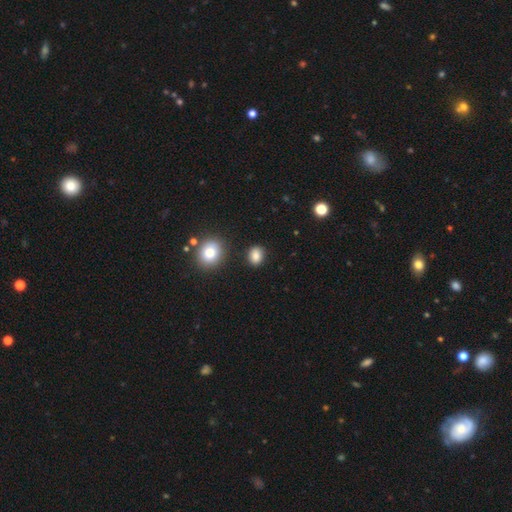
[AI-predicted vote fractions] smooth-or-featured: smooth: 85% | star or artifact: 10% | featured or disk: 5%
  how-rounded: in between: 52% | round: 47% | cigar-shaped: 1%
  merging: none: 86% | minor disturbance: 9% | merger: 3% | major disturbance: 3%